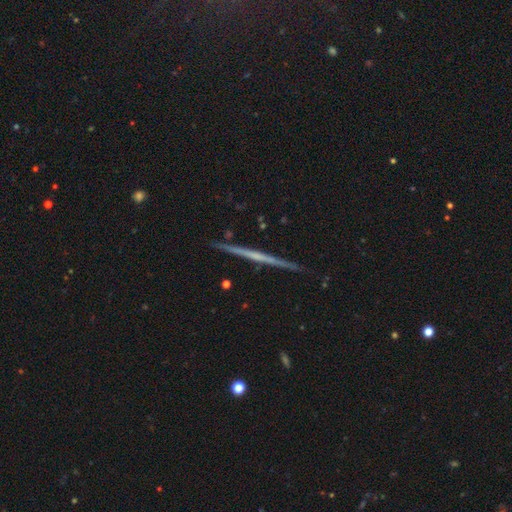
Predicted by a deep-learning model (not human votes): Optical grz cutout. It shows a featured or disk galaxy (71%) viewed edge-on (98%) with no central bulge (78%). Merging: none (91%).